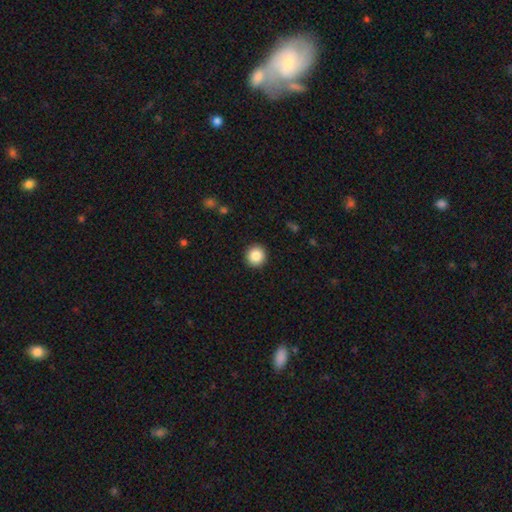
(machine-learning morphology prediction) This is clearly a smooth galaxy (86%). How rounded: clearly round (94%). Merging: clearly none (93%).